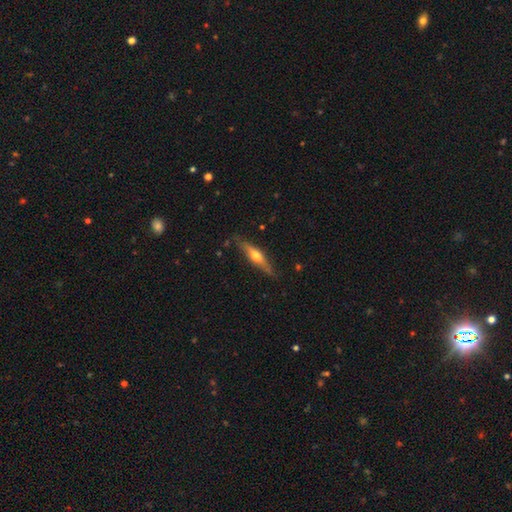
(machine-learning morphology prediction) Overall: featured or disk (62%; smooth 32%). Edge-on disk: yes (94%). Edge-on bulge: rounded (90%). Merging: none (82%).